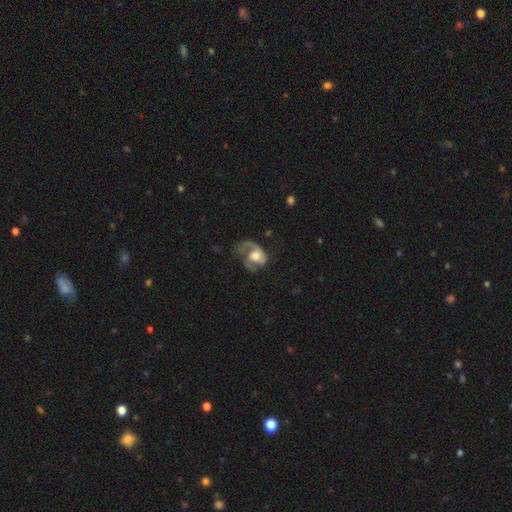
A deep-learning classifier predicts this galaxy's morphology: type=featured or disk (71%); edge-on=no (97%); bar=no (67%); spiral arms=yes (88%); winding=medium (44%); arm count=2 (48%); bulge=moderate (52%); merging=major disturbance (43%).